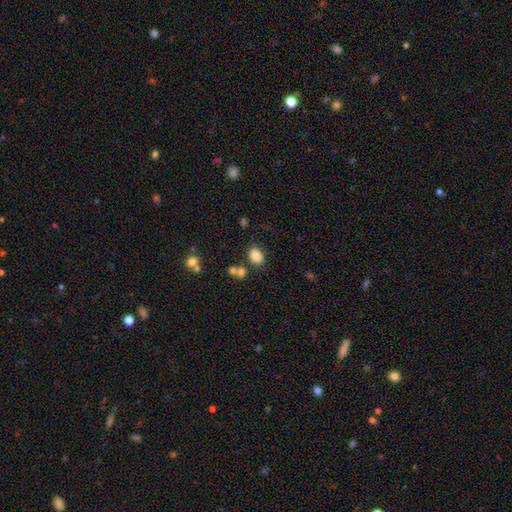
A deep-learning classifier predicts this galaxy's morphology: Smooth or featured? Predicted: smooth (p=0.85). How rounded? Predicted: in between (p=0.70). Merging? Predicted: none (p=0.75).